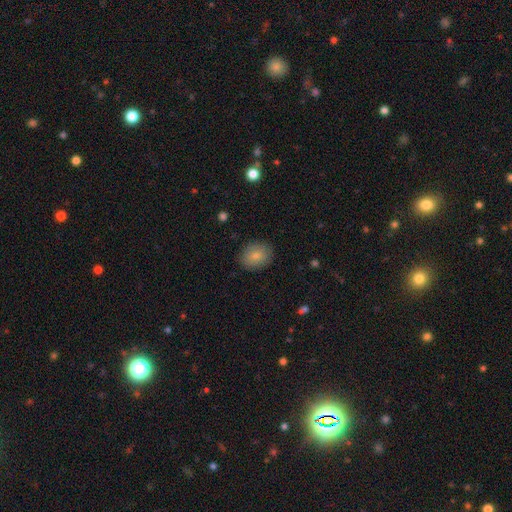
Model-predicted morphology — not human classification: Q: Smooth or featured?
A: smooth (82%); runner-up: featured or disk (10%)
Q: How rounded?
A: in between (54%); runner-up: round (45%)
Q: Merging?
A: none (86%); runner-up: minor disturbance (10%)